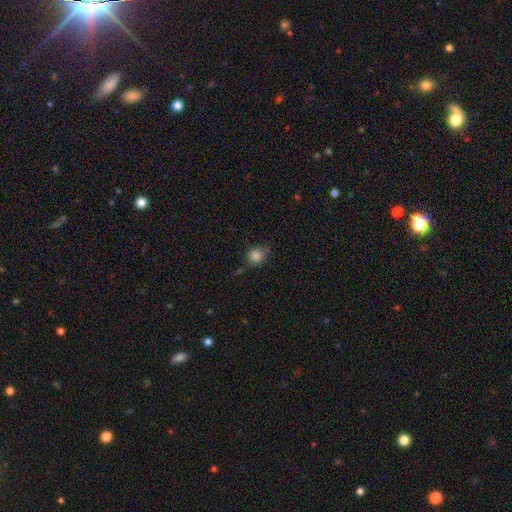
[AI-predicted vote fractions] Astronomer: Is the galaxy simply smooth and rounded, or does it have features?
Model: smooth — 84%.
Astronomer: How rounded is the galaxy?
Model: round — 80%.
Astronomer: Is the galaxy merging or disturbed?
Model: none — 69%.